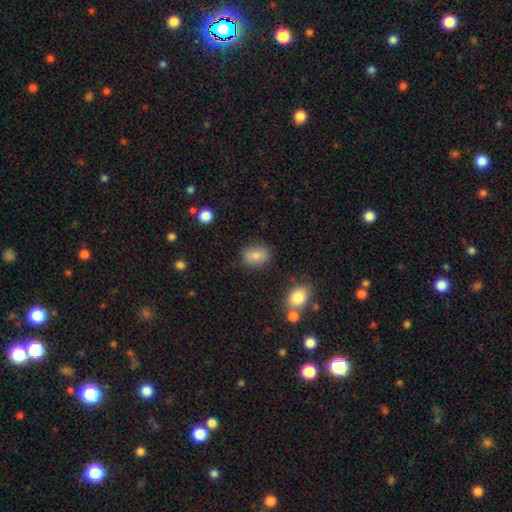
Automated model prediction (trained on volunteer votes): Morphology: type=smooth (80%); roundness=in between (58%); merging=none (77%).